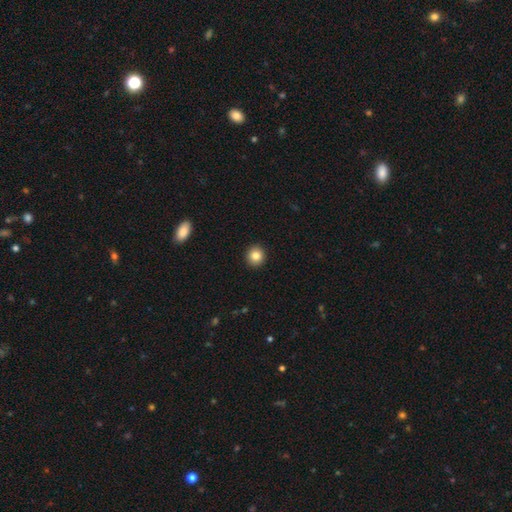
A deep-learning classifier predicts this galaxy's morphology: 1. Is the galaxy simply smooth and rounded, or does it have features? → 84% smooth, 9% star or artifact, 6% featured or disk.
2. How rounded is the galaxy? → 88% round, 11% in between, 1% cigar-shaped.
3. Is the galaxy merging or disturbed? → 93% none, 5% minor disturbance, 2% major disturbance, 1% merger.